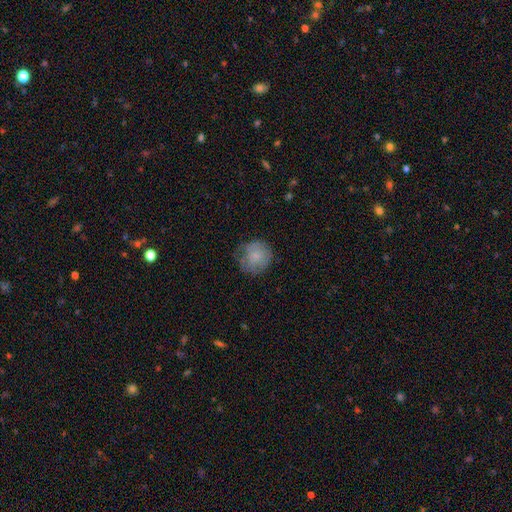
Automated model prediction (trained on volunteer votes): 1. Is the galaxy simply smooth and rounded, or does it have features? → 76% smooth, 16% featured or disk, 8% star or artifact.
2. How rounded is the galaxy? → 89% round, 10% in between, 1% cigar-shaped.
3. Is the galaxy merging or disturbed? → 61% none, 27% minor disturbance, 10% major disturbance, 1% merger.